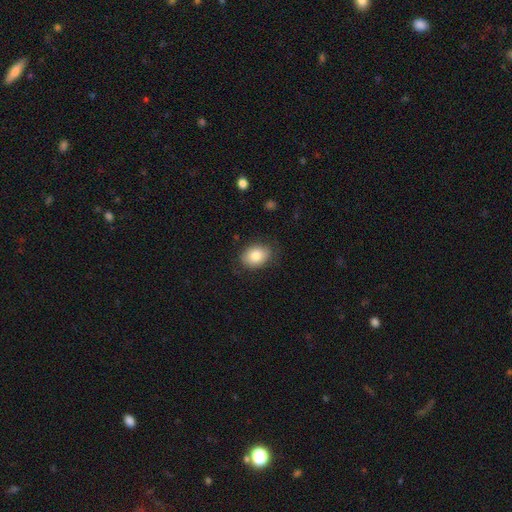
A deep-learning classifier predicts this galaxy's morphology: Smooth or featured? smooth (83%)
How rounded? in between (75%)
Merging? none (81%)